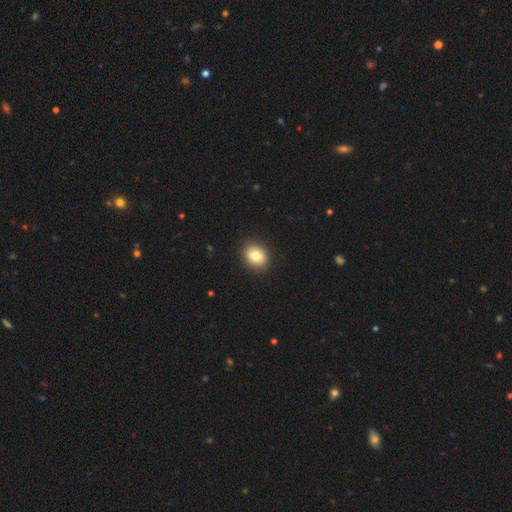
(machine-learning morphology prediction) type=smooth (82%); roundness=round (56%); merging=none (90%).